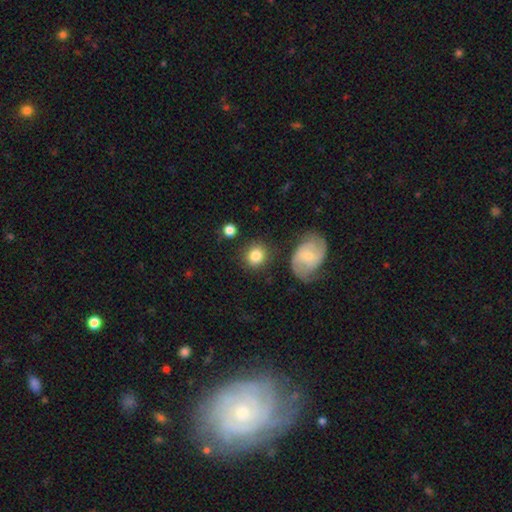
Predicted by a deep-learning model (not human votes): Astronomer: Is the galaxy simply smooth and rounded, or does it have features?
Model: smooth — 83%.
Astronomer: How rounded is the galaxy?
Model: round — 82%.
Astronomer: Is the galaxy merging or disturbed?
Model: none — 78%.